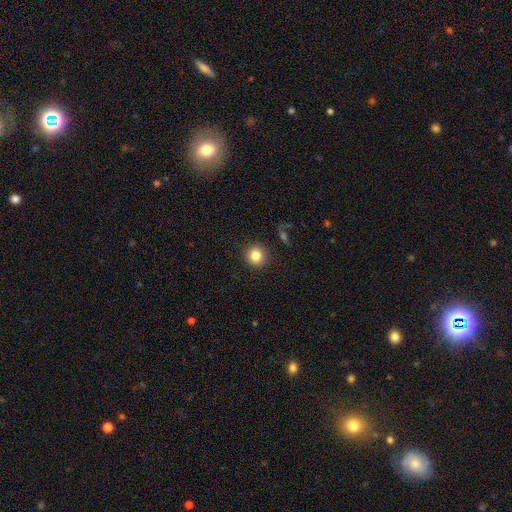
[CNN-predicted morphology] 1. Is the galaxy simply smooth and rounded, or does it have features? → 82% smooth, 11% star or artifact, 7% featured or disk.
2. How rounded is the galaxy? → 91% round, 8% in between, 1% cigar-shaped.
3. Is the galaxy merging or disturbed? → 90% none, 6% minor disturbance, 2% major disturbance, 1% merger.